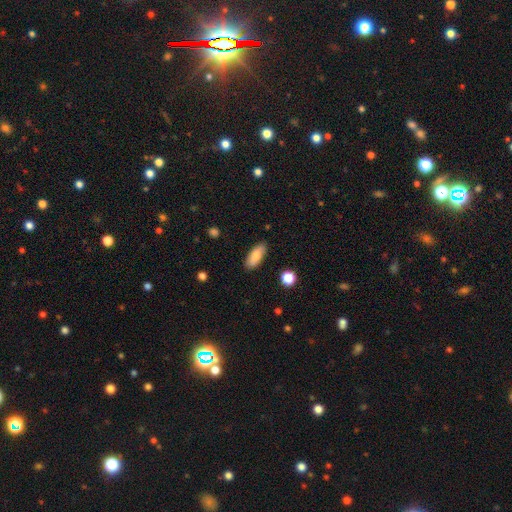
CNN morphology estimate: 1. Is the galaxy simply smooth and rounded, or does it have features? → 78% smooth, 15% featured or disk, 7% star or artifact.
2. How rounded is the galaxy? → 80% in between, 18% cigar-shaped, 3% round.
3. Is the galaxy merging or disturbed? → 87% none, 10% minor disturbance, 2% major disturbance, 1% merger.